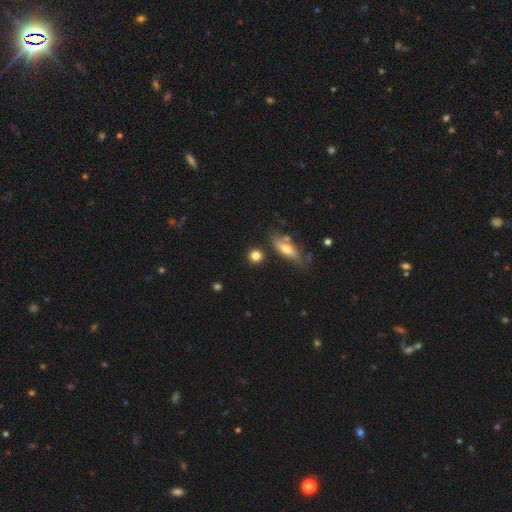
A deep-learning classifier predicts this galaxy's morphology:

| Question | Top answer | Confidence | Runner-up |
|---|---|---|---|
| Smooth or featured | smooth | 80% | star or artifact (10%) |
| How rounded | round | 83% | in between (12%) |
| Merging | none | 80% | minor disturbance (10%) |